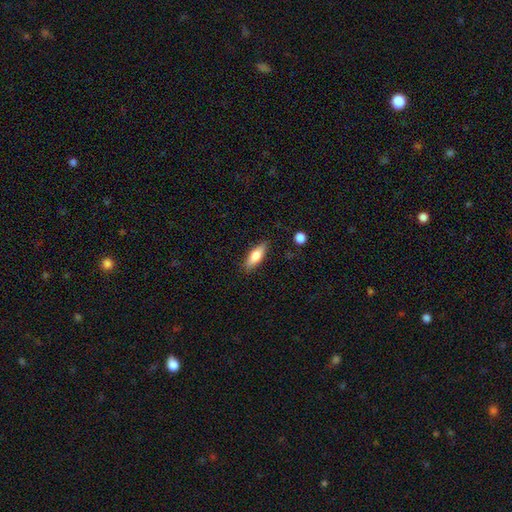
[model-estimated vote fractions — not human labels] The model was most divided on "how rounded": in between: 59%, cigar-shaped: 38%, round: 2%. More confident: merging — none (85%); smooth or featured — smooth (73%).